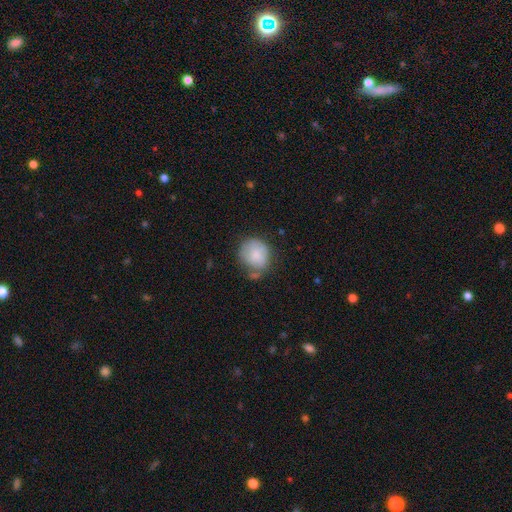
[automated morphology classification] Overall: smooth (77%). How rounded: round (77%). Merging: none (48%; minor disturbance 29%).